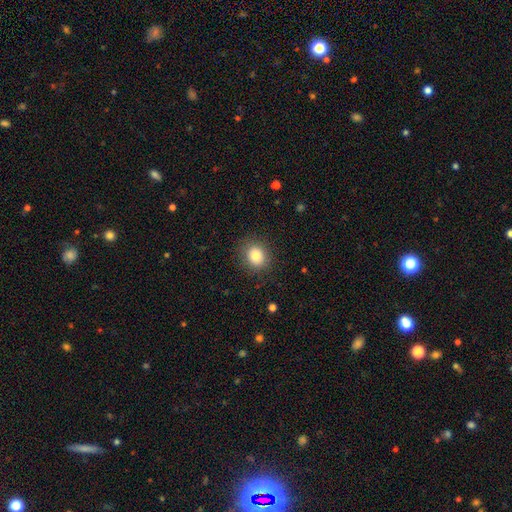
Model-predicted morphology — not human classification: Q: Smooth or featured?
A: smooth (81%); runner-up: star or artifact (10%)
Q: How rounded?
A: round (73%); runner-up: in between (26%)
Q: Merging?
A: none (86%); runner-up: minor disturbance (9%)